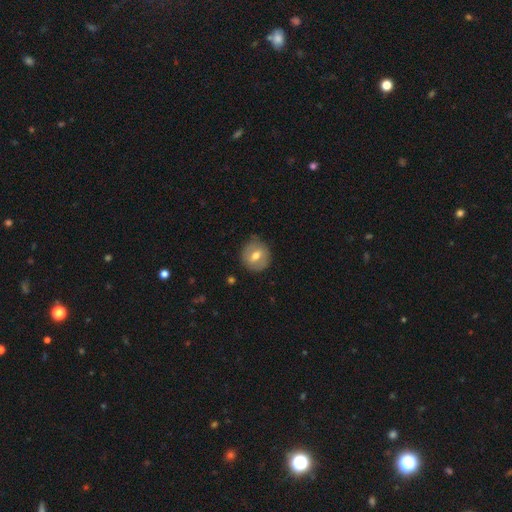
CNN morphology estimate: This appears to be a smooth galaxy with no disk features (56%) that is round (81%). Merging: none (79%).